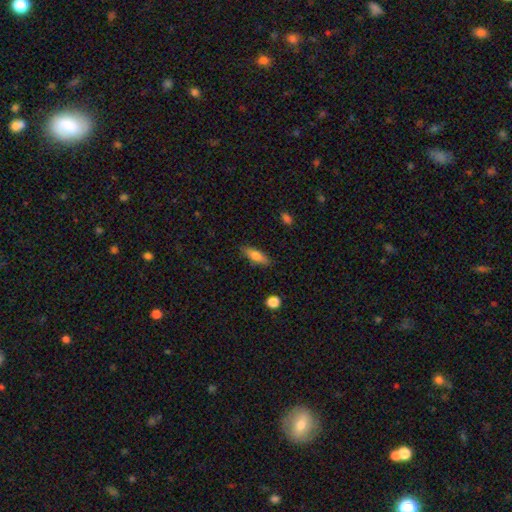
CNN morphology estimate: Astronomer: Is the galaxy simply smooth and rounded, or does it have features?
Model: smooth — 76%.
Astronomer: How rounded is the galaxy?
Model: in between — 53% (runner-up: cigar-shaped, 45%).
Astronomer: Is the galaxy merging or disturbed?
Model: none — 85%.